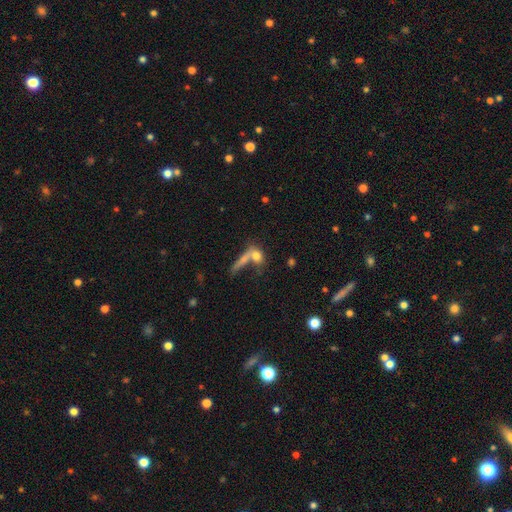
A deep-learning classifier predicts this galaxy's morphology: The model was most divided on "merging": merger: 43%, none: 33%, major disturbance: 13%, minor disturbance: 11%. Remaining: smooth or featured — smooth (69%); how rounded — in between (49%).